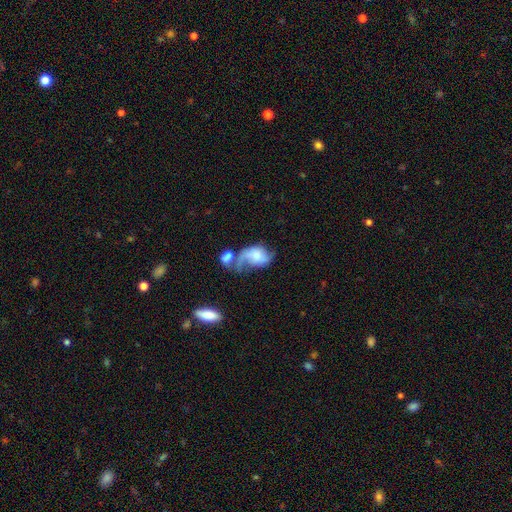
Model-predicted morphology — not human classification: This appears to be a featured or disk galaxy (50%). Merging: merger (38%).